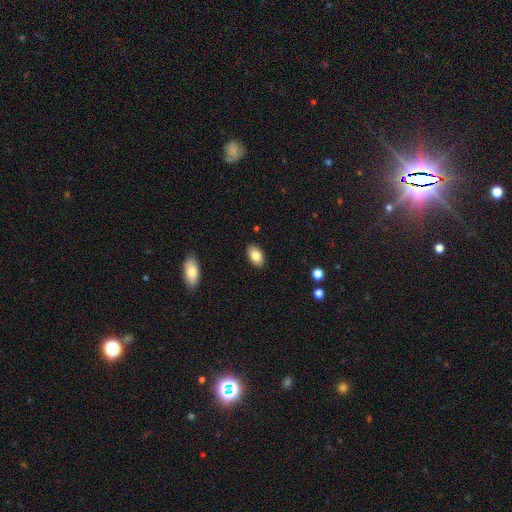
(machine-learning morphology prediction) The model was most divided on "smooth or featured": smooth: 84%, featured or disk: 9%, star or artifact: 7%. More confident: how rounded — in between (92%); merging — none (88%).